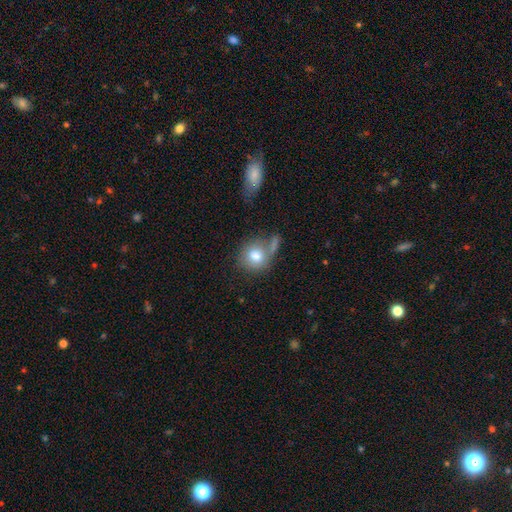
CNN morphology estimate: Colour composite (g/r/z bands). It shows a smooth galaxy with no disk features (78%) that is round (78%). Merging: none (51%).